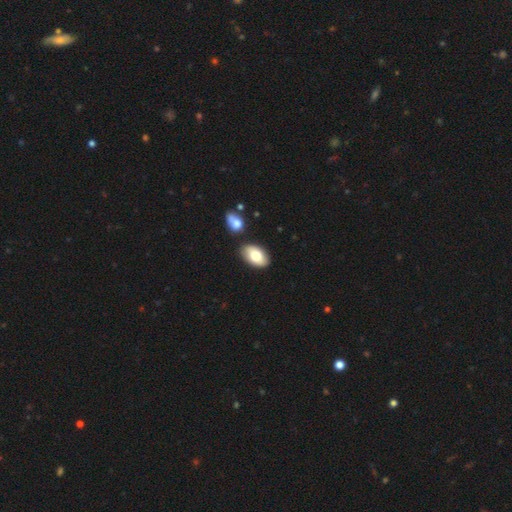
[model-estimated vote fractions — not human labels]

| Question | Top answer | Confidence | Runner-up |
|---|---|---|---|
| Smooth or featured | smooth | 77% | featured or disk (17%) |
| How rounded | in between | 94% | round (5%) |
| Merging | none | 80% | minor disturbance (11%) |